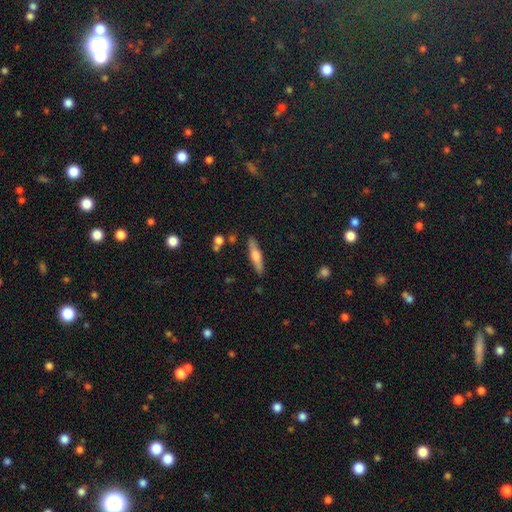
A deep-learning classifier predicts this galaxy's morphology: A smooth galaxy with no disk features (48%).

Vote fractions:
- Smooth or featured? smooth: 48% / featured or disk: 46% / star or artifact: 6%
- Merging? none: 86% / minor disturbance: 10% / merger: 3% / major disturbance: 2%